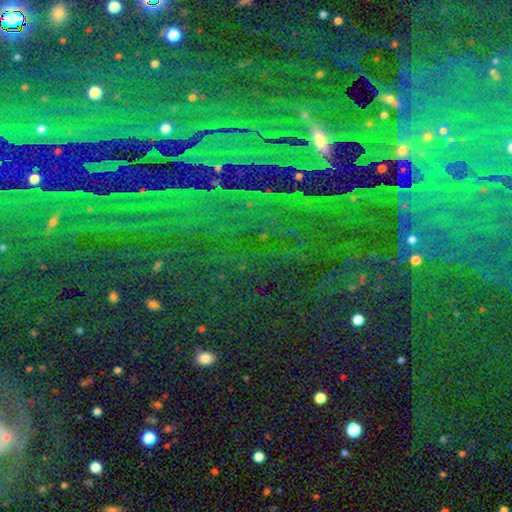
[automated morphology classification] type=star or artifact (84%).